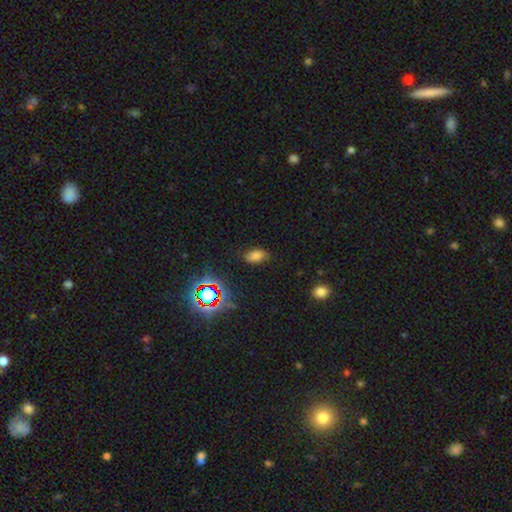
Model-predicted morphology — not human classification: The model was most divided on "smooth or featured": smooth: 69%, star or artifact: 21%, featured or disk: 10%. More confident: how rounded — in between (90%); merging — none (80%).